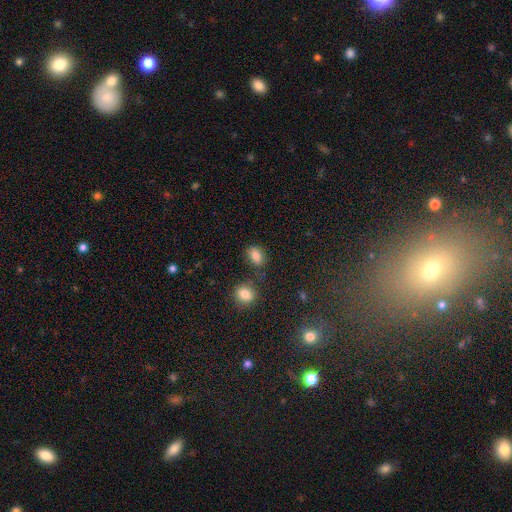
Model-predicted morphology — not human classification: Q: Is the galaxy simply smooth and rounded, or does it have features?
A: smooth — 84%.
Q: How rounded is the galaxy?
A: in between — 75%.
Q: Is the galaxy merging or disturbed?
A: none — 73%.